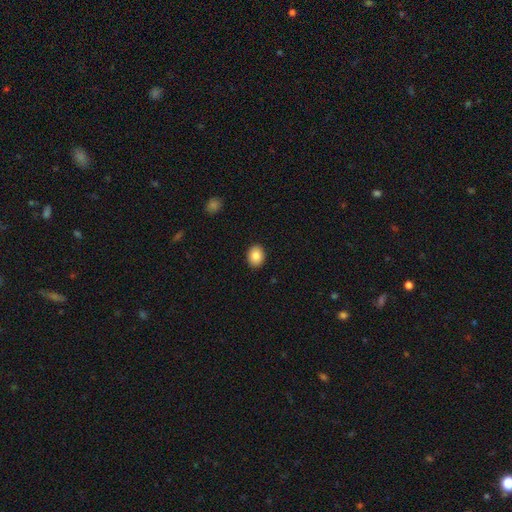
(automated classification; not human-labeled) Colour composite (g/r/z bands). It shows a smooth galaxy with no disk features (86%) that is in between round and cigar-shaped (55%). Merging: none (91%).